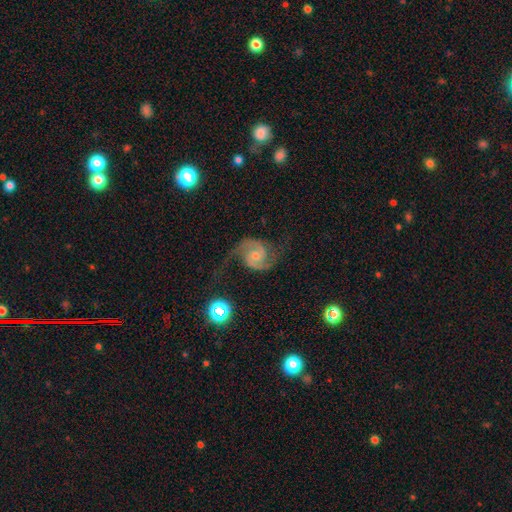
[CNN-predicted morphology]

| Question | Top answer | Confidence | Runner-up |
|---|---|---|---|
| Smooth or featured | featured or disk | 89% | star or artifact (6%) |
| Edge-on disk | no | 98% | yes (2%) |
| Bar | no | 64% | weak (30%) |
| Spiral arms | yes | 98% | no (2%) |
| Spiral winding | medium | 53% | loose (33%) |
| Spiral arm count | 2 | 93% | can't tell (2%) |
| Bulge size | small | 50% | moderate (44%) |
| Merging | none | 68% | minor disturbance (16%) |